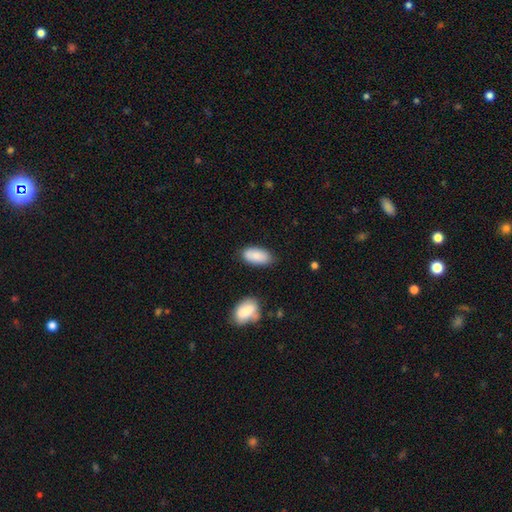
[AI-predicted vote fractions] Smooth or featured? smooth (86%)
How rounded? in between (93%)
Merging? none (77%)